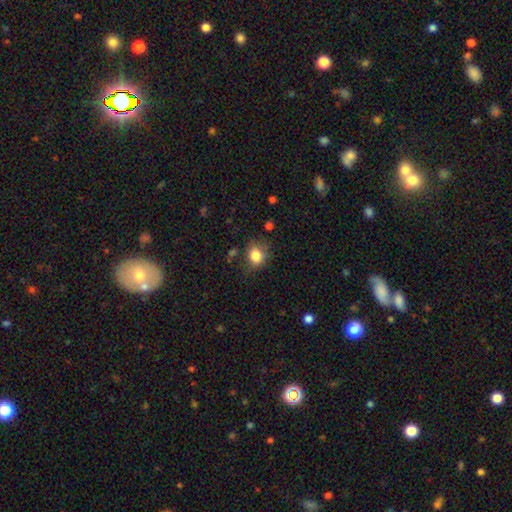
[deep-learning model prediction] A smooth galaxy with no disk features (83%) that is round (56%).

Vote fractions:
- Smooth or featured? smooth: 83% / star or artifact: 10% / featured or disk: 7%
- How rounded? round: 56% / in between: 43% / cigar-shaped: 1%
- Merging? none: 65% / minor disturbance: 24% / major disturbance: 8% / merger: 3%